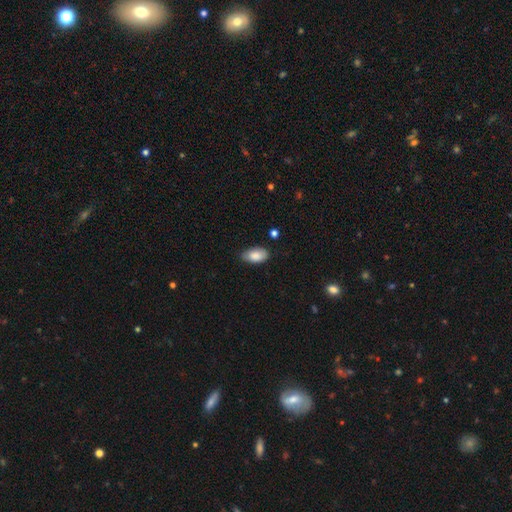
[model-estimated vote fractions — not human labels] Smooth or featured: smooth — 87% (featured or disk — 7%)
How rounded: in between — 94% (round — 3%)
Merging: none — 75% (minor disturbance — 20%)